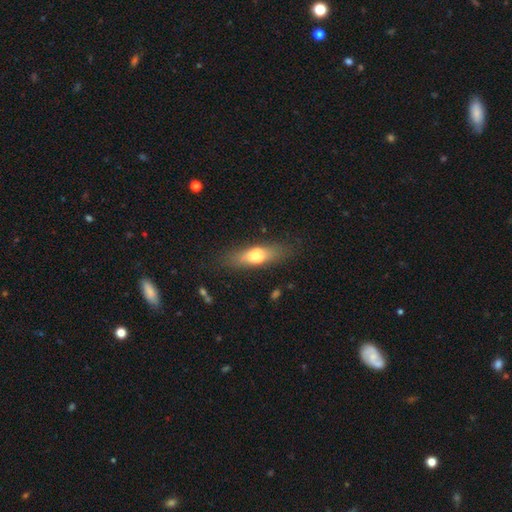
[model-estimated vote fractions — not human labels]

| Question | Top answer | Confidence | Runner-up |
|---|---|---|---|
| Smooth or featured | smooth | 62% | featured or disk (30%) |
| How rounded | in between | 56% | cigar-shaped (39%) |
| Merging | none | 75% | minor disturbance (16%) |